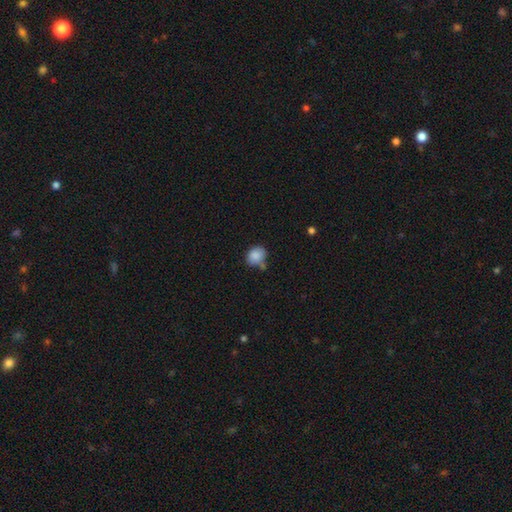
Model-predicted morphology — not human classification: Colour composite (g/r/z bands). It shows a smooth galaxy with no disk features (86%) that is round (58%). Merging: none (59%).